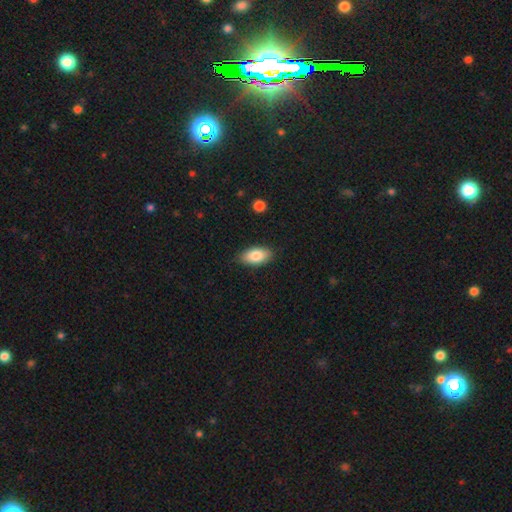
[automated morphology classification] Smooth or featured? Predicted: smooth (p=0.83). How rounded? Predicted: in between (p=0.92). Merging? Predicted: none (p=0.85).